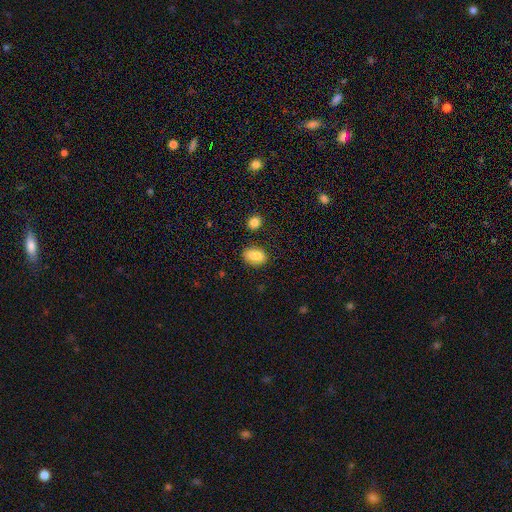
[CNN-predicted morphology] smooth_or_featured: smooth (p=0.85) [alt: star or artifact p=0.08]
how_rounded: in between (p=0.87) [alt: round p=0.11]
merging: none (p=0.77) [alt: minor disturbance p=0.15]